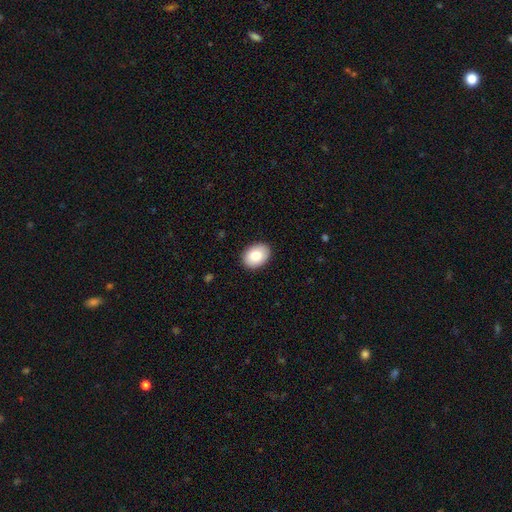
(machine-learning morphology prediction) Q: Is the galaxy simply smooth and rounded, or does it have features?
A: smooth — 81%.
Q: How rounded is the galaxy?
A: in between — 73%.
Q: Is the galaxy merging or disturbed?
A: none — 90%.